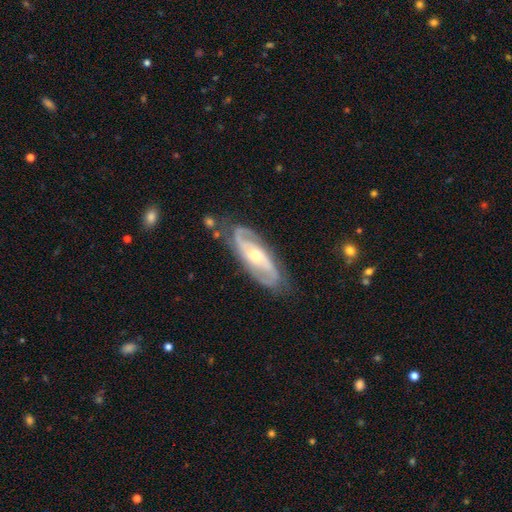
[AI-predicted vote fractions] This appears to be a featured or disk galaxy (87%) with no bar (49%), 2 (81%) medium (44%) spiral arms (96%) and a moderate central bulge (58%). Merging: none (78%).